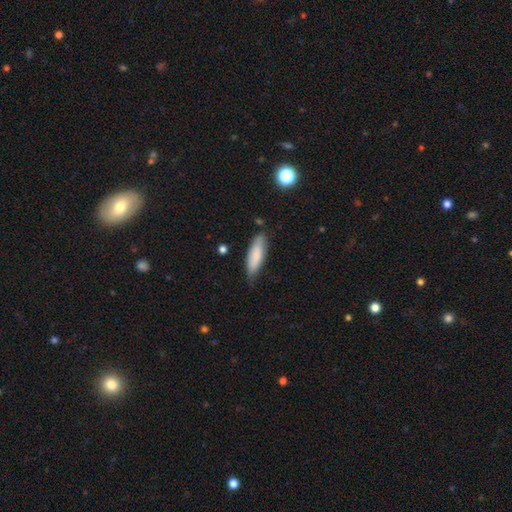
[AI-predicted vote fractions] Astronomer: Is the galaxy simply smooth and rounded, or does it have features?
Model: smooth — 82%.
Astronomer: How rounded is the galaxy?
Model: cigar-shaped — 52% (runner-up: in between, 46%).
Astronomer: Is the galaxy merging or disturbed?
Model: none — 73%.